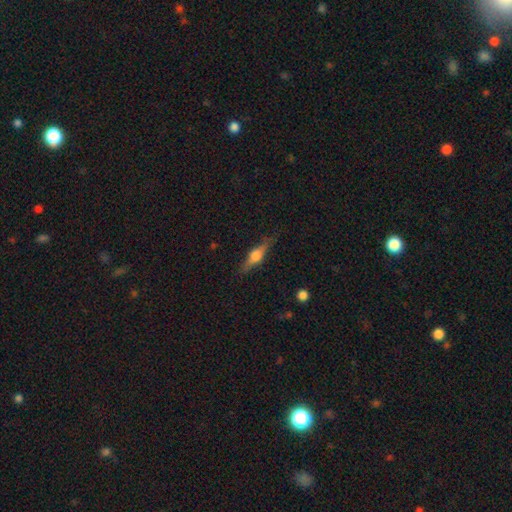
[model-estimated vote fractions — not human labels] featured or disk 57%, smooth 36%, star or artifact 7%. Down the decision tree: edge-on disk — yes (95%); edge-on bulge — rounded (91%); merging — none (84%).